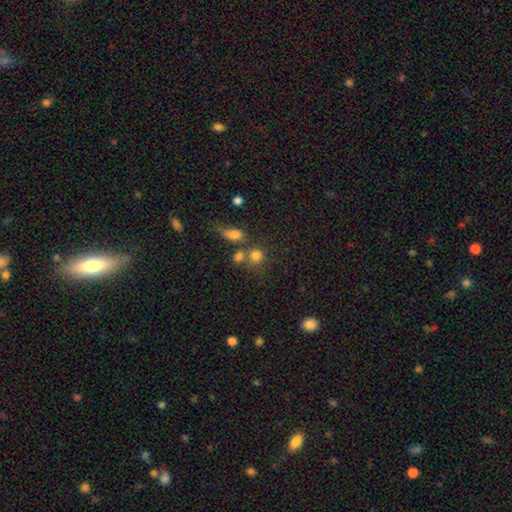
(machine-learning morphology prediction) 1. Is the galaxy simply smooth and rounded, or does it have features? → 78% smooth, 13% star or artifact, 9% featured or disk.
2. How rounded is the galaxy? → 78% round, 20% in between, 2% cigar-shaped.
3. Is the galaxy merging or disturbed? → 51% none, 30% merger, 11% minor disturbance, 8% major disturbance.